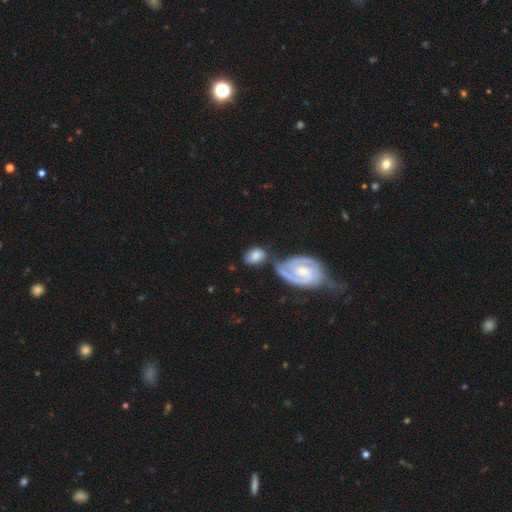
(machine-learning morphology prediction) type=smooth (62%); roundness=in between (72%); merging=none (45%).